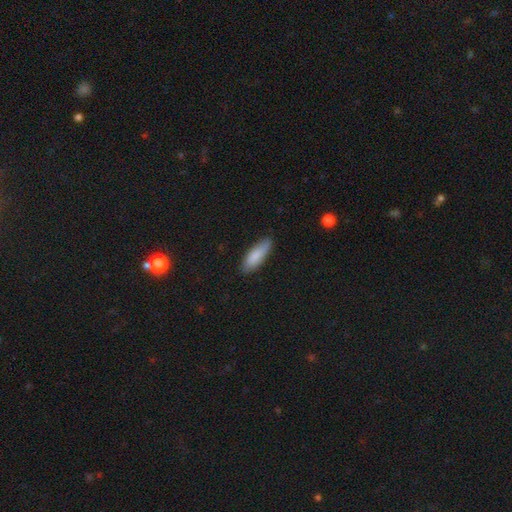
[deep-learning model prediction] smooth 85%, featured or disk 9%, star or artifact 6%. Down the decision tree: how rounded — in between (55%); merging — none (81%).